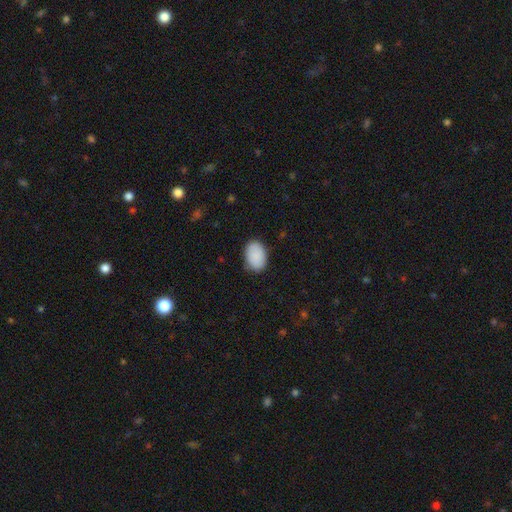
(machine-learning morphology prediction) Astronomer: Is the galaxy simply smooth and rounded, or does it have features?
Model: smooth — 90%.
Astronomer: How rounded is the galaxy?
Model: in between — 89%.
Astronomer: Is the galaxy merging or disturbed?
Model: none — 84%.